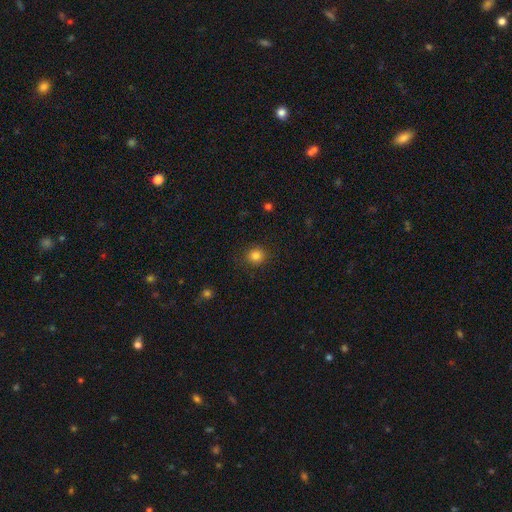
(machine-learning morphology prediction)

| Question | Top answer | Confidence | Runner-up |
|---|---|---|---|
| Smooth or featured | smooth | 83% | star or artifact (12%) |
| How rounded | round | 89% | in between (10%) |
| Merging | none | 88% | minor disturbance (8%) |